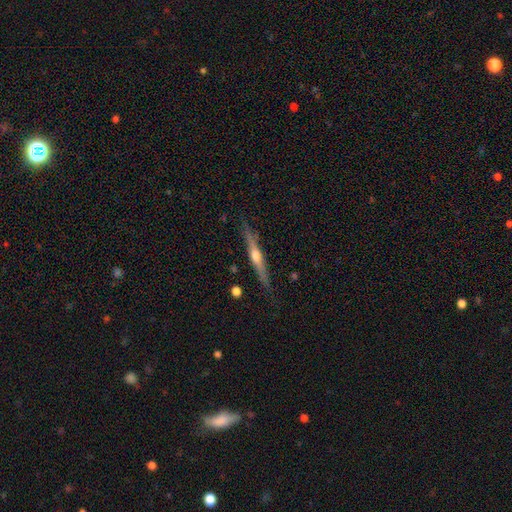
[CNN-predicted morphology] This appears to be a featured or disk galaxy (70%) viewed edge-on (97%) with a rounded central bulge (86%). Merging: none (85%).